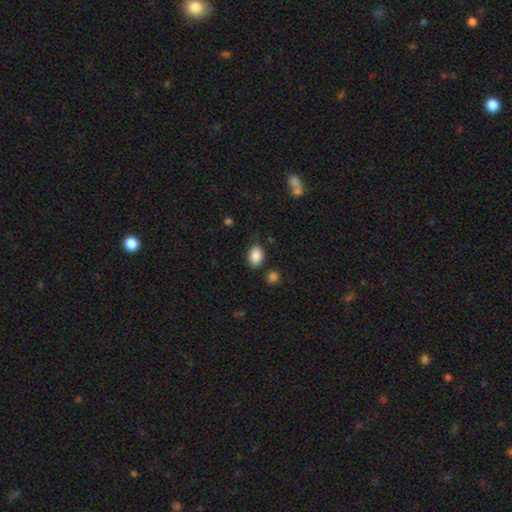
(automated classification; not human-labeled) smooth 88%, star or artifact 8%, featured or disk 5%. Down the decision tree: how rounded — in between (84%); merging — none (80%).